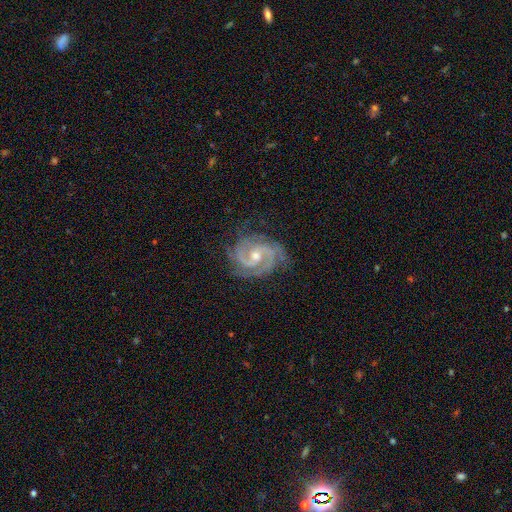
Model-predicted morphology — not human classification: Smooth or featured?
  - featured or disk: 92% *
  - star or artifact: 5%
  - smooth: 3%
Edge-on disk?
  - no: 98% *
  - yes: 2%
Bar?
  - weak: 44% *
  - no: 42%
  - strong: 14%
Spiral arms?
  - yes: 99% *
  - no: 1%
Spiral winding?
  - tight: 56% *
  - medium: 39%
  - loose: 5%
Spiral arm count?
  - 2: 56% *
  - 3: 26%
  - can't tell: 6%
  - 4: 5%
  - 1: 3%
  - more than 4: 3%
Bulge size?
  - moderate: 56% *
  - small: 40%
  - large: 2%
  - none: 1%
  - dominant: 1%
Merging?
  - none: 77% *
  - minor disturbance: 17%
  - major disturbance: 5%
  - merger: 1%